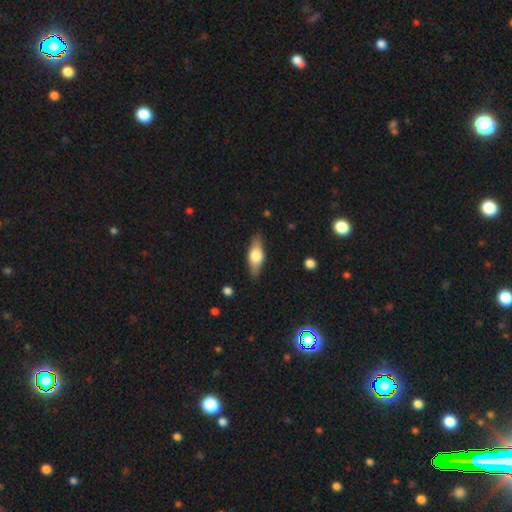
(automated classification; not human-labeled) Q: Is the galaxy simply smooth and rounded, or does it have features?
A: smooth — 54%.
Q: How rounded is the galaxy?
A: in between — 70%.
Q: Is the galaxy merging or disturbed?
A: none — 84%.